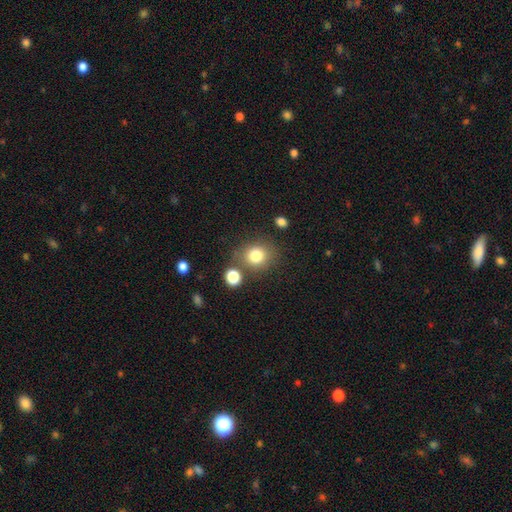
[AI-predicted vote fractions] Smooth or featured?
  - smooth: 81% *
  - star or artifact: 11%
  - featured or disk: 8%
How rounded?
  - round: 78% *
  - in between: 21%
  - cigar-shaped: 1%
Merging?
  - none: 73% *
  - minor disturbance: 12%
  - merger: 10%
  - major disturbance: 5%